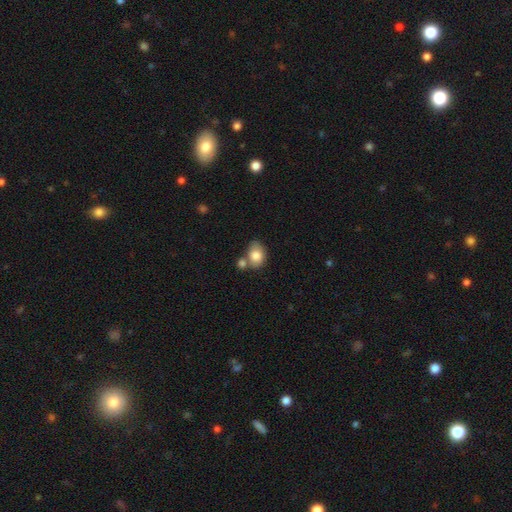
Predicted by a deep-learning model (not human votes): A smooth galaxy with no disk features (82%) that is in between round and cigar-shaped (69%). Merging: none (43%).